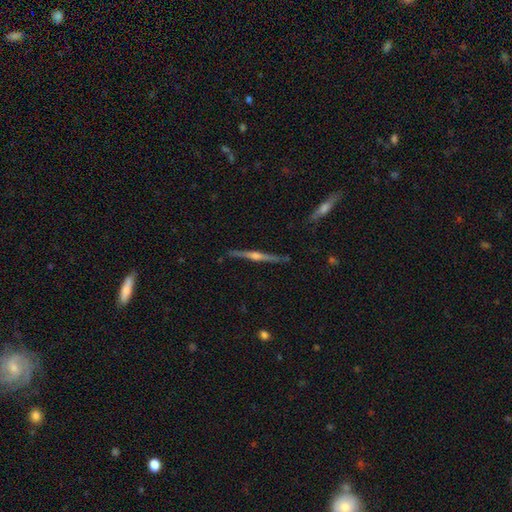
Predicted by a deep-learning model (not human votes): Q: Smooth or featured?
A: featured or disk (84%); runner-up: smooth (10%)
Q: Edge-on disk?
A: yes (99%); runner-up: no (1%)
Q: Edge-on bulge?
A: rounded (90%); runner-up: boxy (5%)
Q: Merging?
A: none (90%); runner-up: minor disturbance (7%)